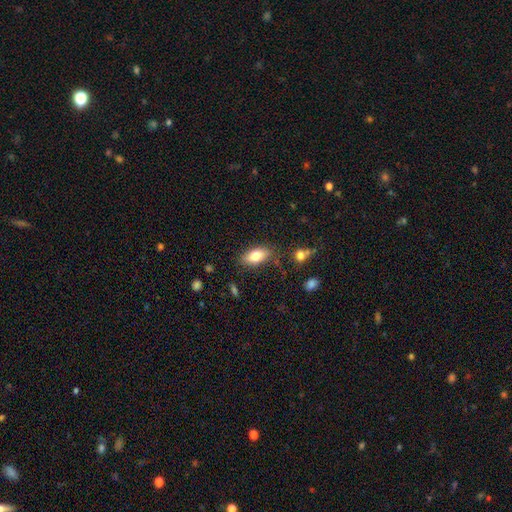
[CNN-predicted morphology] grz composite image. It shows a smooth galaxy with no disk features (79%) that is in between round and cigar-shaped (89%). Merging: none (81%).